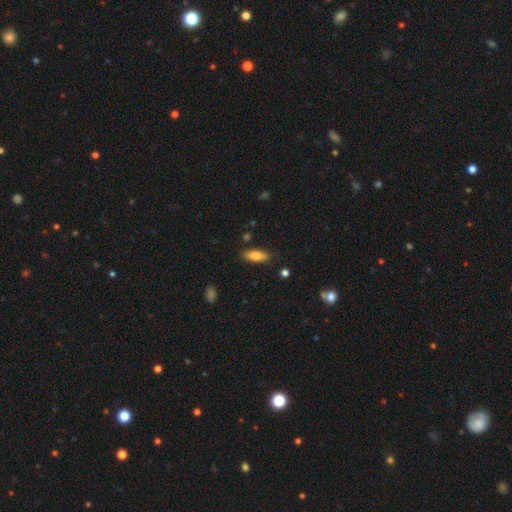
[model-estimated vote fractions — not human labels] This appears to be a smooth galaxy with no disk features (77%) that is in between round and cigar-shaped (62%). Merging: none (83%).